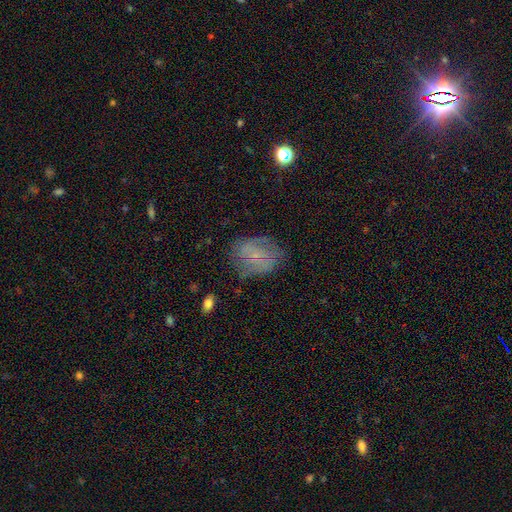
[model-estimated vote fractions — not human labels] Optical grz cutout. It shows a featured or disk galaxy (49%). Merging: none (63%).